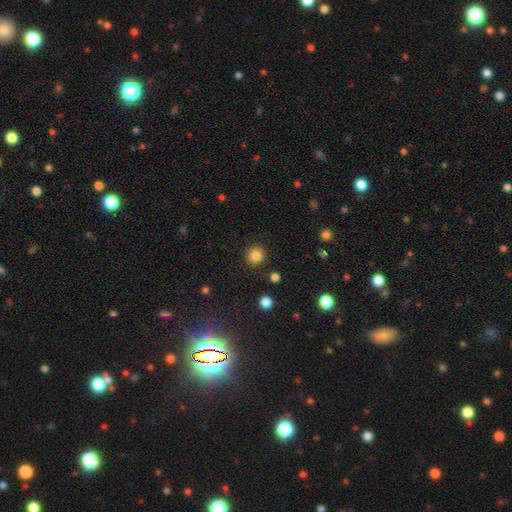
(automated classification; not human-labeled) This is clearly a smooth galaxy (84%). How rounded: clearly round (93%). Merging: clearly none (89%).